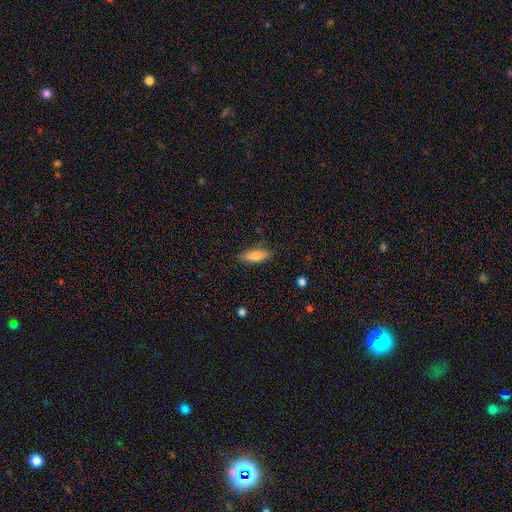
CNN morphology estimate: Smooth or featured? Predicted: smooth (p=0.78). How rounded? Predicted: in between (p=0.63). Merging? Predicted: none (p=0.84).